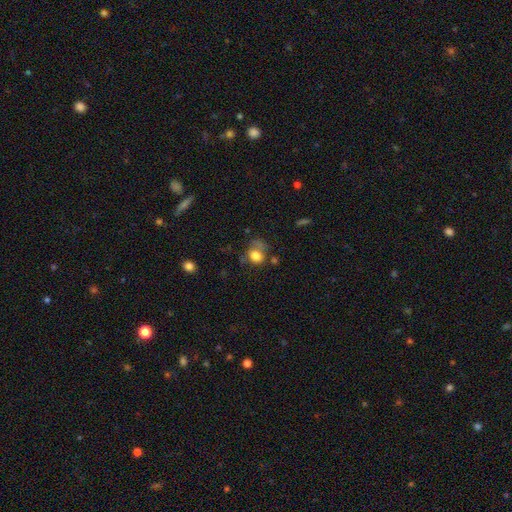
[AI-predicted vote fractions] Smooth or featured? Predicted: smooth (p=0.77). How rounded? Predicted: round (p=0.51). Merging? Predicted: none (p=0.38).